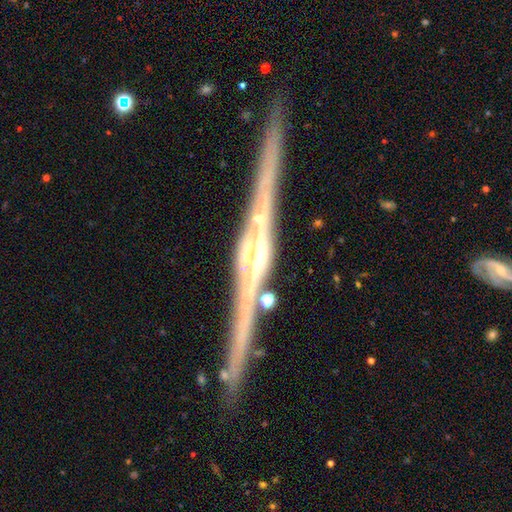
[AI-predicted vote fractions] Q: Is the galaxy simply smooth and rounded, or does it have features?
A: featured or disk — 87%.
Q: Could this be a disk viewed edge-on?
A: yes — 98%.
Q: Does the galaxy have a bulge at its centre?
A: rounded — 58%.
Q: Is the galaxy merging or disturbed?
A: none — 87%.